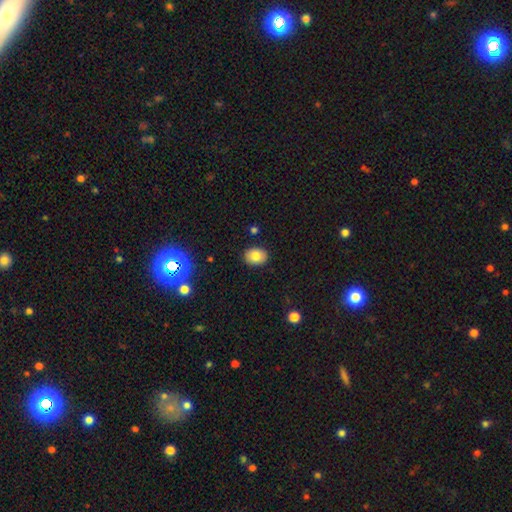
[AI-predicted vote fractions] Morphology: type=smooth (79%); roundness=in between (62%); merging=none (89%).